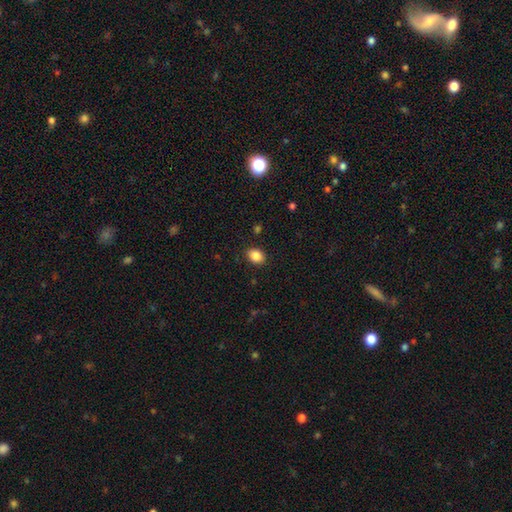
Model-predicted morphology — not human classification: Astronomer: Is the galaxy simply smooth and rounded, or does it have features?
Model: smooth — 87%.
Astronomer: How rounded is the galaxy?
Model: in between — 61% (runner-up: round, 38%).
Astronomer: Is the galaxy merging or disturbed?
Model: none — 88%.